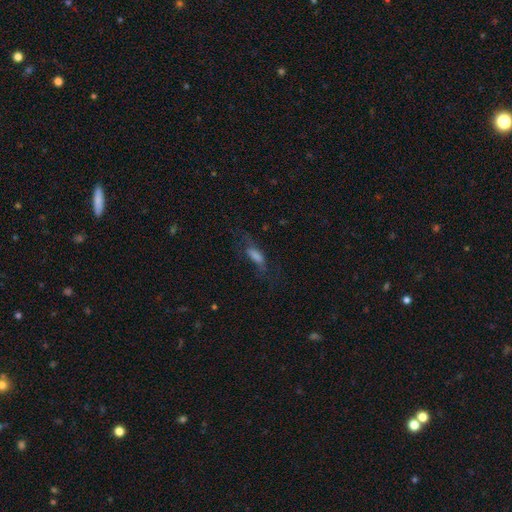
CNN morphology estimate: This is possibly a smooth galaxy (47%). Merging: possibly none (48%).